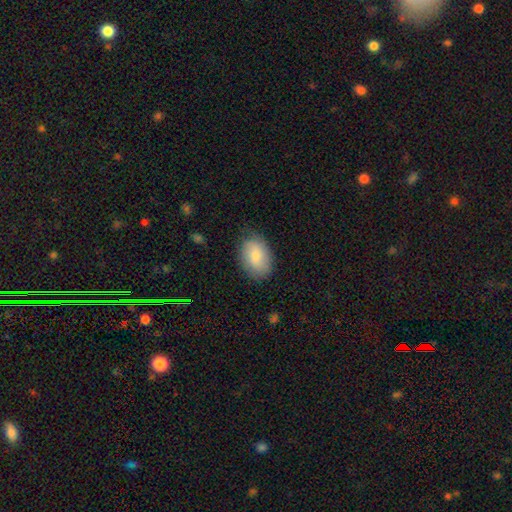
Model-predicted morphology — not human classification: smooth 77%, featured or disk 17%, star or artifact 6%. Down the decision tree: how rounded — in between (84%); merging — none (76%).